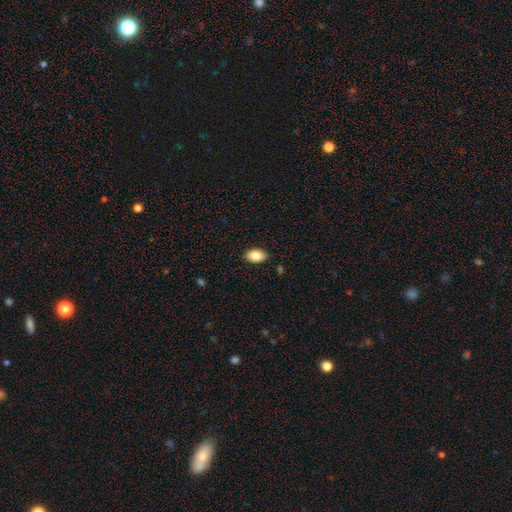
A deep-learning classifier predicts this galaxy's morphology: smooth-or-featured: smooth: 88% | star or artifact: 7% | featured or disk: 5%
  how-rounded: in between: 91% | round: 8% | cigar-shaped: 1%
  merging: none: 87% | minor disturbance: 10% | major disturbance: 2% | merger: 1%